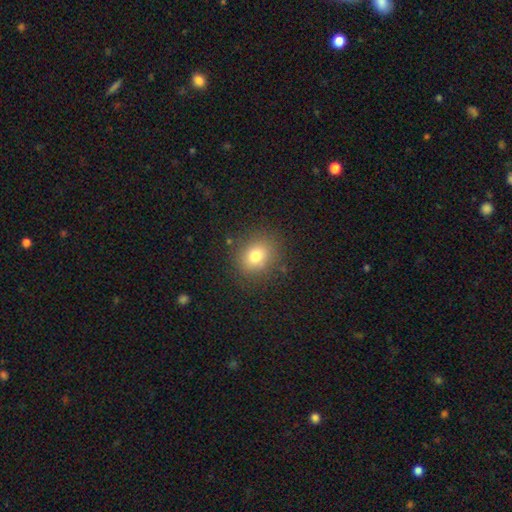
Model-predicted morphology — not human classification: Smooth or featured? Predicted: smooth (p=0.76). How rounded? Predicted: round (p=0.68). Merging? Predicted: none (p=0.85).